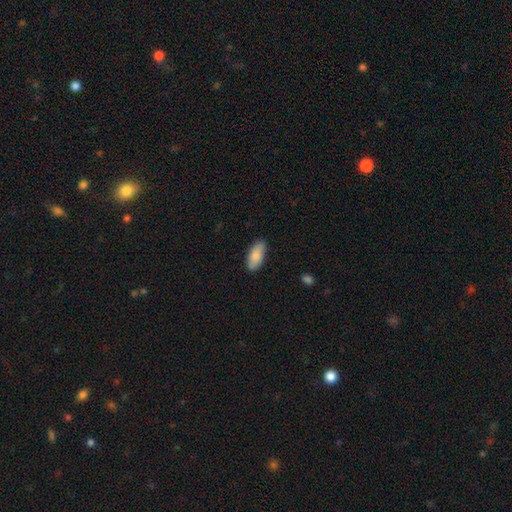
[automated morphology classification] smooth 86%, featured or disk 8%, star or artifact 5%. Down the decision tree: how rounded — in between (88%); merging — none (86%).